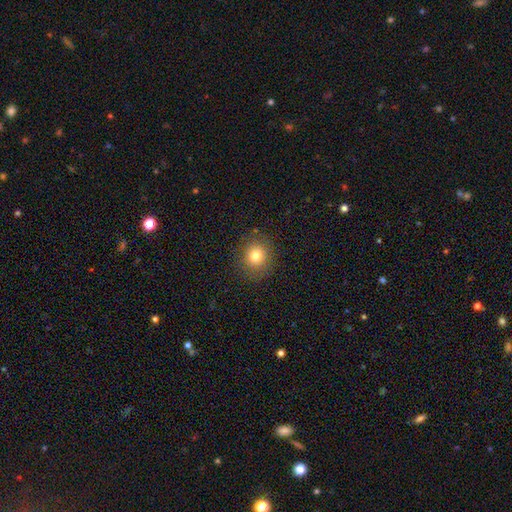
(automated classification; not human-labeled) The model was most divided on "smooth or featured": smooth: 78%, star or artifact: 12%, featured or disk: 9%. More confident: merging — none (87%); how rounded — round (85%).